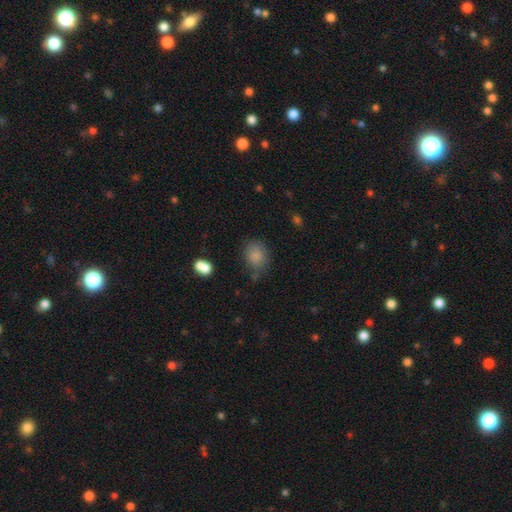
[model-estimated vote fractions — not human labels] This is clearly a smooth galaxy (83%). How rounded: possibly round (52%). Merging: likely none (68%).